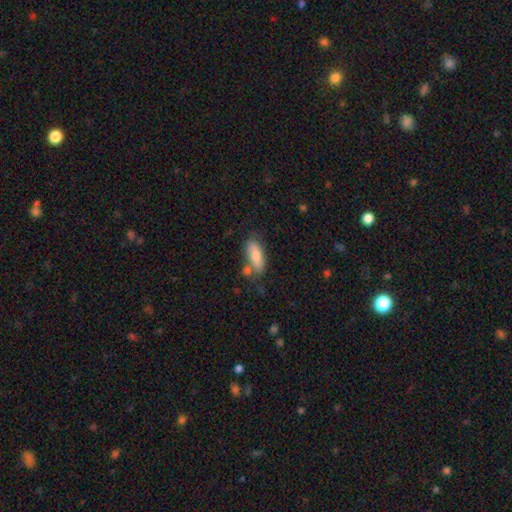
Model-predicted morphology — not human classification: smooth 77%, featured or disk 17%, star or artifact 7%. Down the decision tree: how rounded — in between (76%); merging — none (57%).